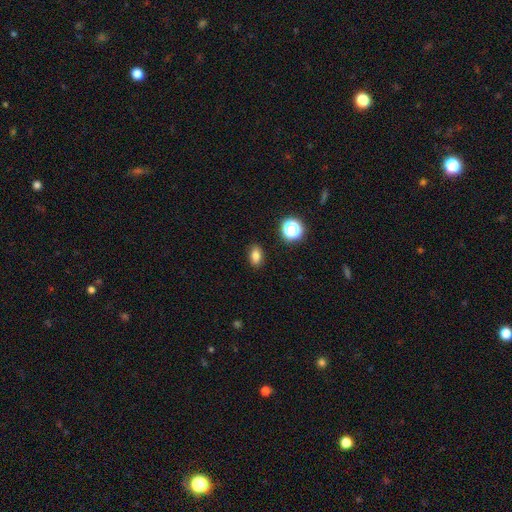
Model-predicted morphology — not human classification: smooth_or_featured: smooth (p=0.81) [alt: star or artifact p=0.13]
how_rounded: in between (p=0.82) [alt: round p=0.16]
merging: none (p=0.88) [alt: minor disturbance p=0.08]